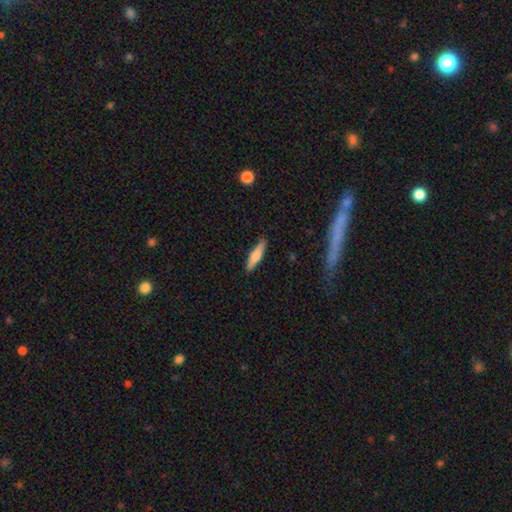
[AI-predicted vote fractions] This is possibly a smooth galaxy (60%). How rounded: likely cigar-shaped (76%). Merging: clearly none (89%).